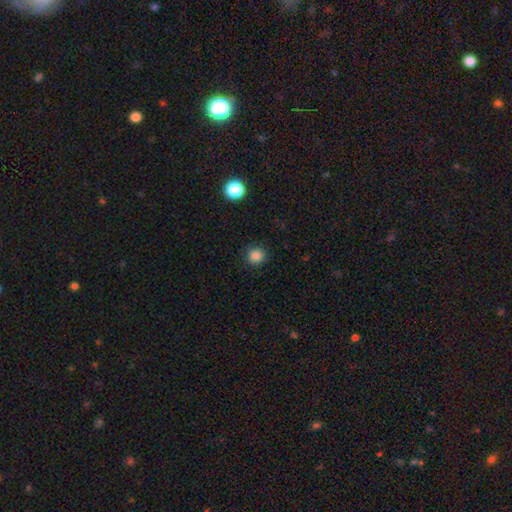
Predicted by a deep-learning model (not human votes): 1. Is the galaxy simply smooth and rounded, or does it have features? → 85% smooth, 12% star or artifact, 3% featured or disk.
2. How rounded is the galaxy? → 92% round, 7% in between, 1% cigar-shaped.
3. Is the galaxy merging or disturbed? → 90% none, 7% minor disturbance, 2% major disturbance, 1% merger.